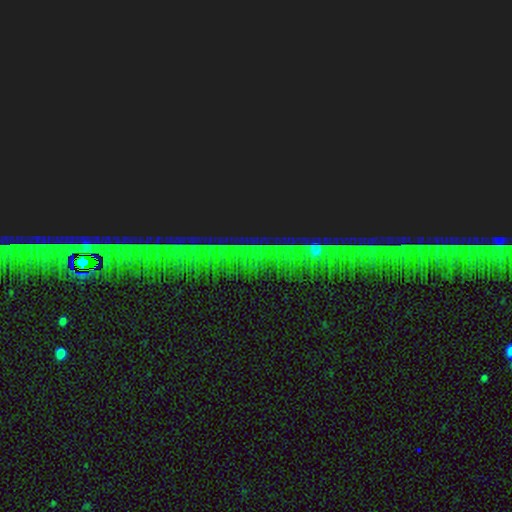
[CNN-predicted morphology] The model was most divided on "smooth or featured": star or artifact: 84%, featured or disk: 9%, smooth: 7%.